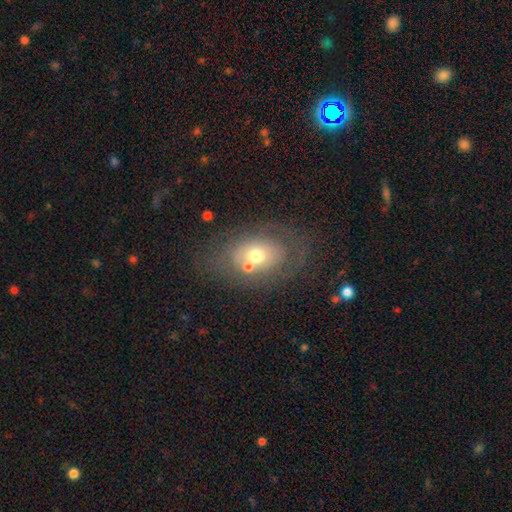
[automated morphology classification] Smooth or featured? featured or disk (49%)
Merging? none (61%)